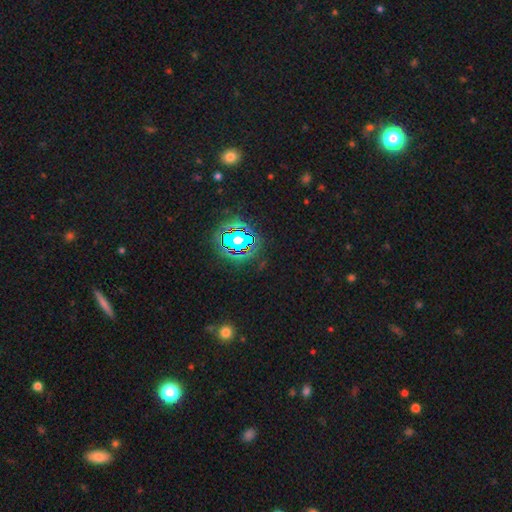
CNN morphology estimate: Overall: star or artifact (80%).